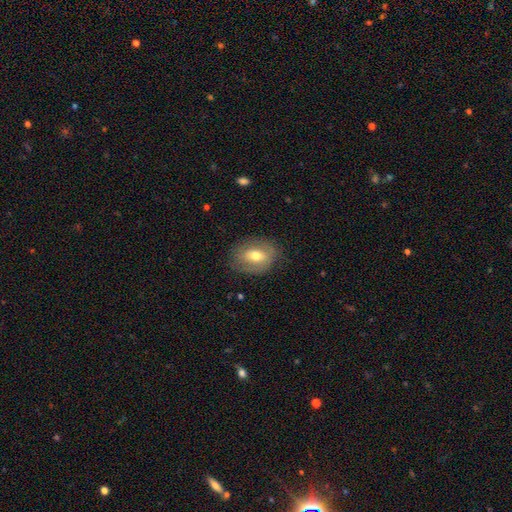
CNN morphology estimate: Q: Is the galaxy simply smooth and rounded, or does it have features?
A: smooth — 57%.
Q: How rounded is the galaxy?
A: in between — 67%.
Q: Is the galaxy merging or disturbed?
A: none — 77%.